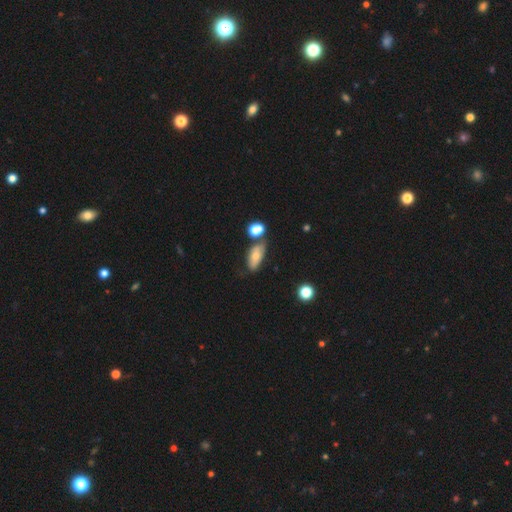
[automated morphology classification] Smooth or featured?
  - smooth: 68% *
  - featured or disk: 23%
  - star or artifact: 9%
How rounded?
  - in between: 83% *
  - cigar-shaped: 11%
  - round: 5%
Merging?
  - none: 56% *
  - minor disturbance: 21%
  - merger: 17%
  - major disturbance: 6%